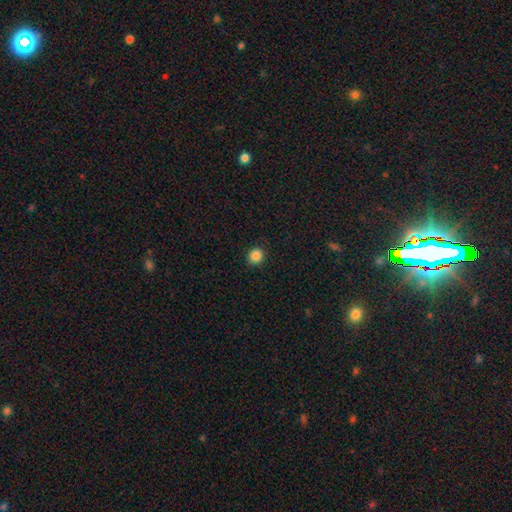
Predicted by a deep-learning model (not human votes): Smooth or featured: smooth — 86% (star or artifact — 10%)
How rounded: round — 88% (in between — 11%)
Merging: none — 91% (minor disturbance — 6%)